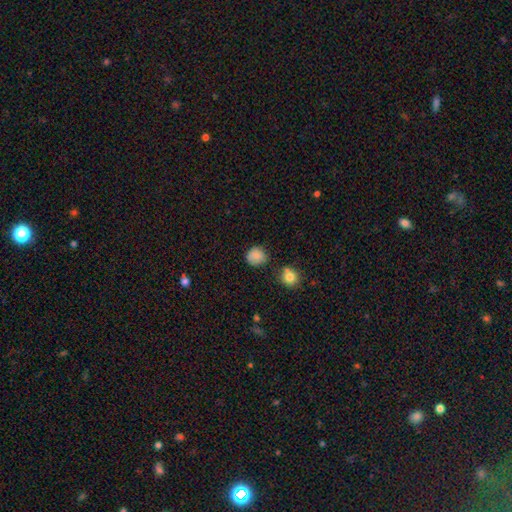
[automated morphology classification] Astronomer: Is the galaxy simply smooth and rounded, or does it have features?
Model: smooth — 84%.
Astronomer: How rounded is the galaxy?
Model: round — 84%.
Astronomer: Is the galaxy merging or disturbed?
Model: none — 73%.